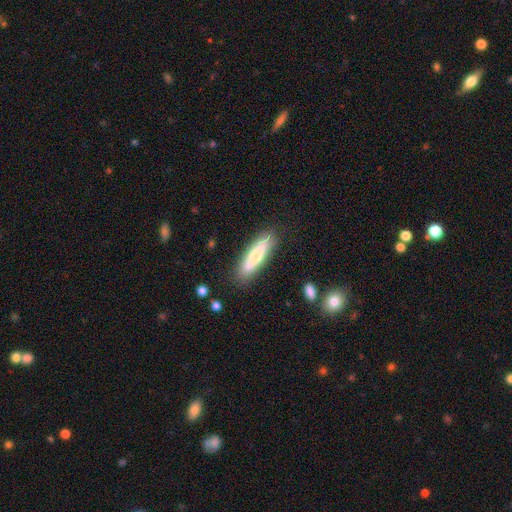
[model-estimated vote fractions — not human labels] Smooth or featured? smooth (59%)
How rounded? cigar-shaped (74%)
Merging? none (79%)